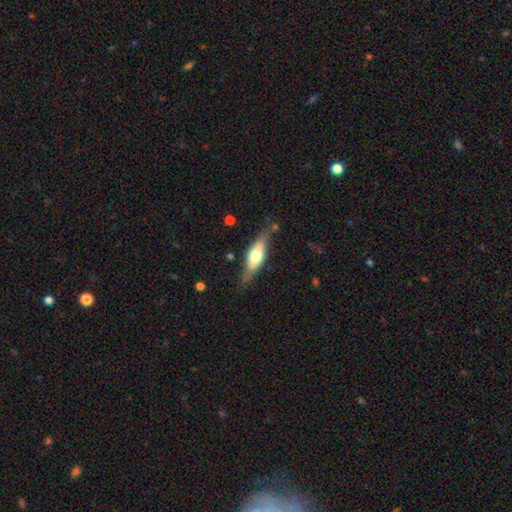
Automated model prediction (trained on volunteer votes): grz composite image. It shows a smooth galaxy with no disk features (49%). Merging: none (70%).